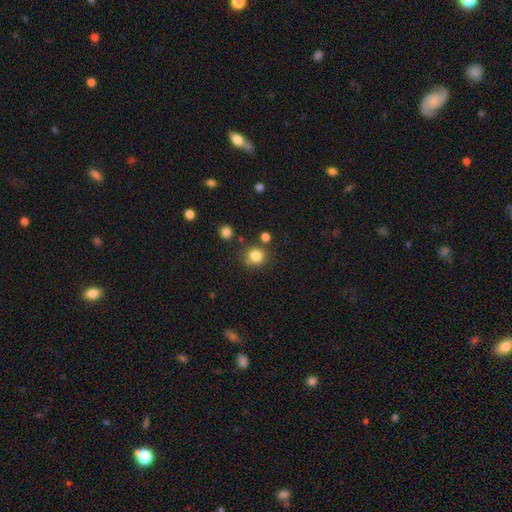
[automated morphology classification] smooth_or_featured: smooth (p=0.82) [alt: star or artifact p=0.12]
how_rounded: round (p=0.88) [alt: in between p=0.11]
merging: none (p=0.75) [alt: minor disturbance p=0.12]